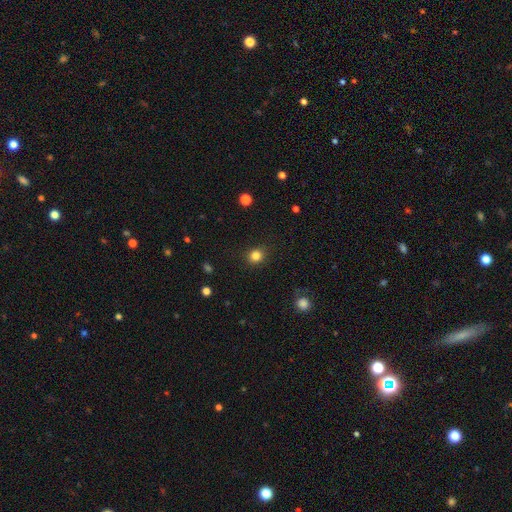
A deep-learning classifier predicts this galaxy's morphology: This is clearly a smooth galaxy (83%). How rounded: clearly round (81%). Merging: clearly none (88%).